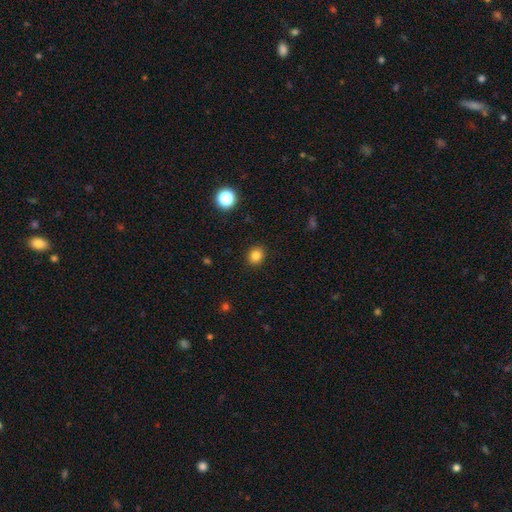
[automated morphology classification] smooth 83%, star or artifact 12%, featured or disk 5%. Down the decision tree: how rounded — round (69%); merging — none (90%).